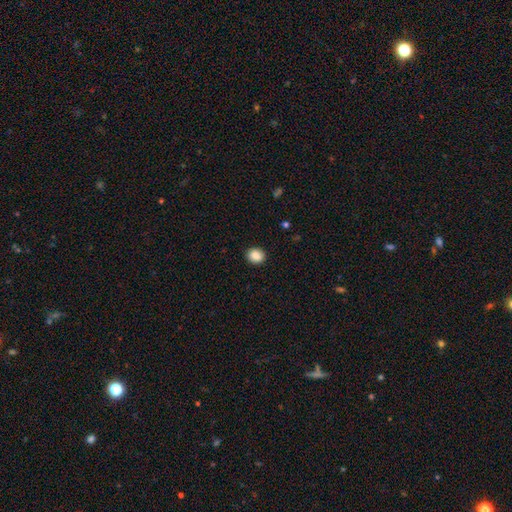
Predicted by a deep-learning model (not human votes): Q: Smooth or featured?
A: smooth (88%); runner-up: star or artifact (9%)
Q: How rounded?
A: round (69%); runner-up: in between (30%)
Q: Merging?
A: none (91%); runner-up: minor disturbance (7%)